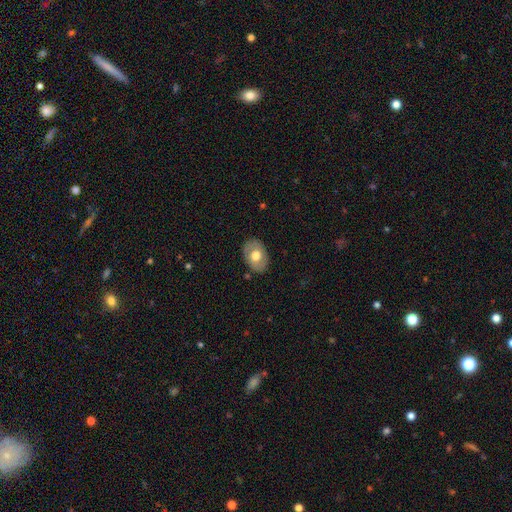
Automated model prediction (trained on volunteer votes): smooth 59%, featured or disk 35%, star or artifact 6%. Down the decision tree: how rounded — in between (78%); merging — none (84%).